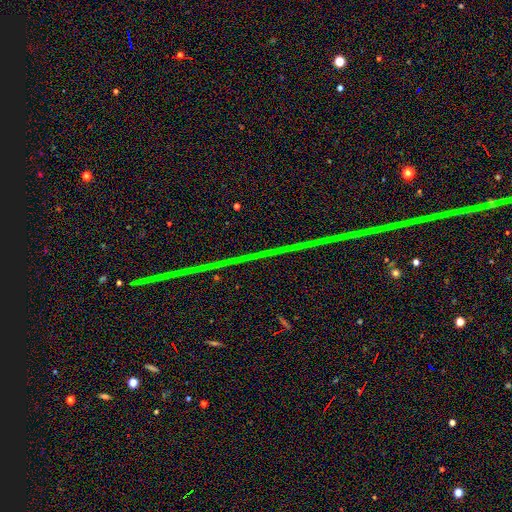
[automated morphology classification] Overall: star or artifact (90%).